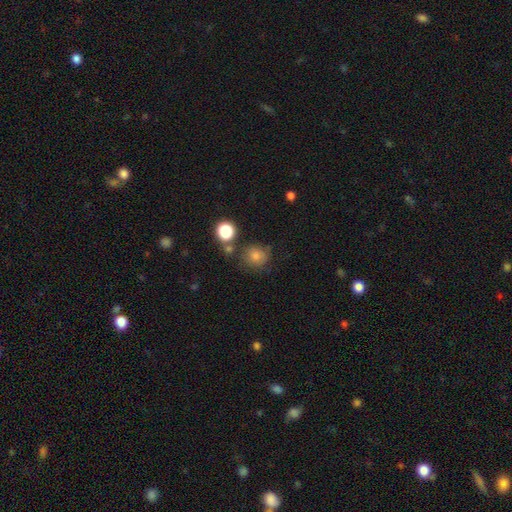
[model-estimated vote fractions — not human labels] smooth 72%, star or artifact 18%, featured or disk 10%. Down the decision tree: how rounded — round (86%); merging — none (74%).